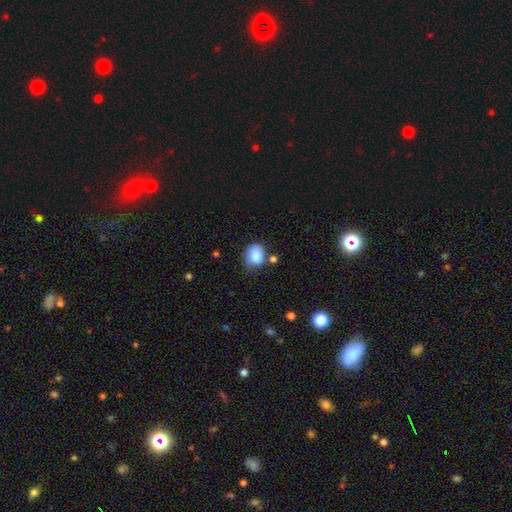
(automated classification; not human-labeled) Q: Smooth or featured?
A: smooth (85%); runner-up: star or artifact (9%)
Q: How rounded?
A: round (55%); runner-up: in between (44%)
Q: Merging?
A: none (57%); runner-up: minor disturbance (27%)